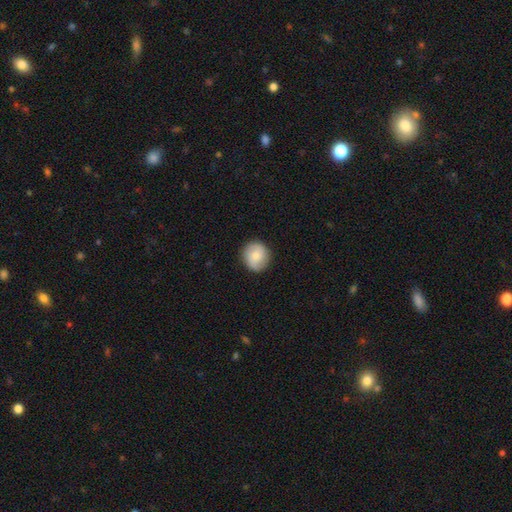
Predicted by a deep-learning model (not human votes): This appears to be a smooth galaxy with no disk features (71%) that is round (86%). Merging: none (87%).